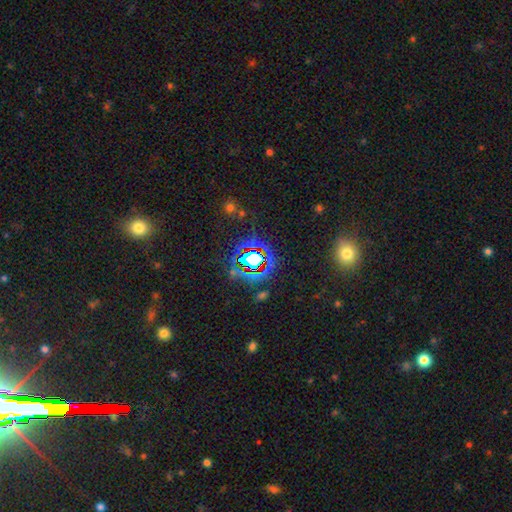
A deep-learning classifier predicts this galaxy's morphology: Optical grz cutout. It shows a star or artifact, not a galaxy (72%).